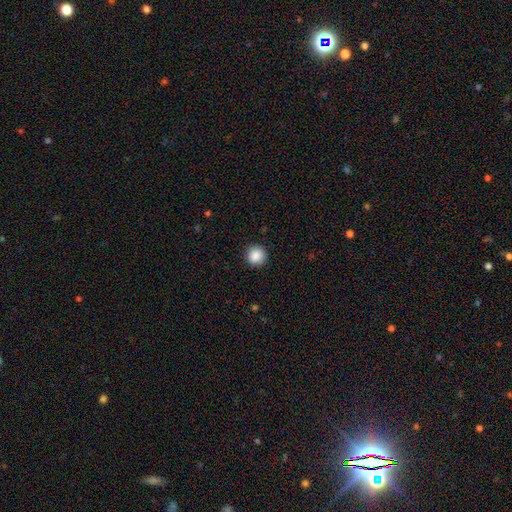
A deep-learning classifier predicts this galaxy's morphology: A smooth galaxy with no disk features (88%) that is round (94%). Merging: none (92%).